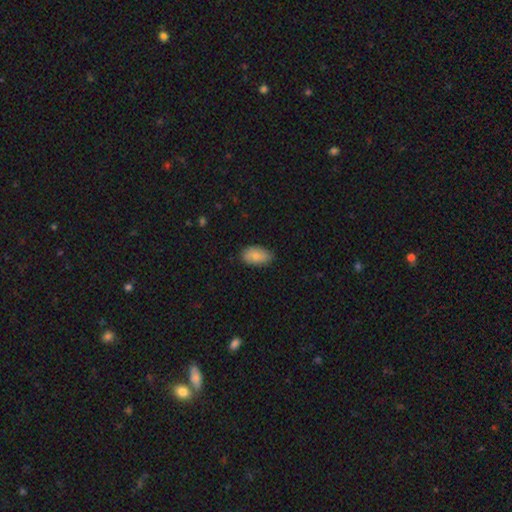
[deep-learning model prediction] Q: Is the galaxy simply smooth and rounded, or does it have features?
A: smooth — 83%.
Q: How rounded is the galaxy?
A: in between — 93%.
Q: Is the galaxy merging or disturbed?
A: none — 81%.